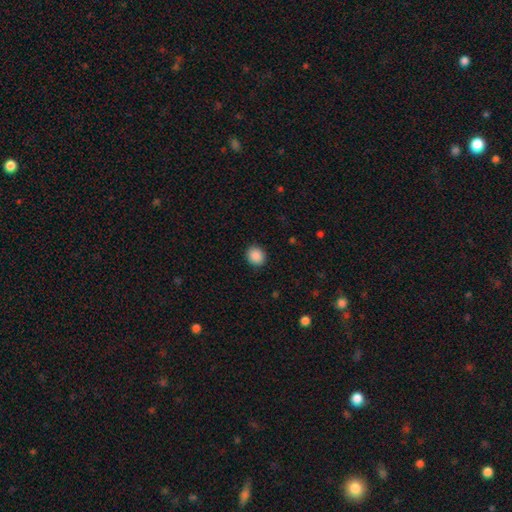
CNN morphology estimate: Smooth or featured? smooth (89%)
How rounded? round (76%)
Merging? none (91%)